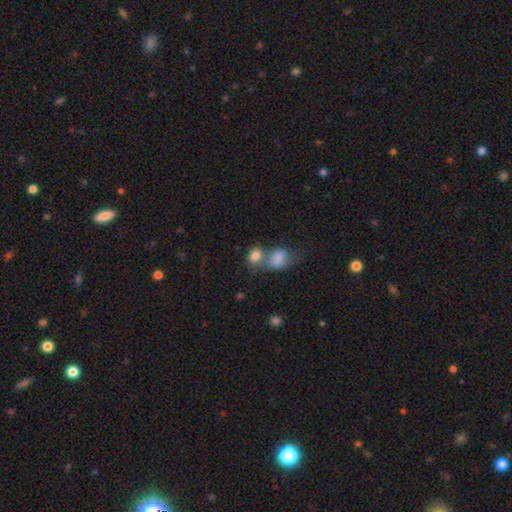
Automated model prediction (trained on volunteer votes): Smooth or featured?
  - smooth: 82% *
  - star or artifact: 10%
  - featured or disk: 9%
How rounded?
  - in between: 54% *
  - round: 45%
  - cigar-shaped: 1%
Merging?
  - merger: 53% *
  - none: 32%
  - minor disturbance: 10%
  - major disturbance: 5%